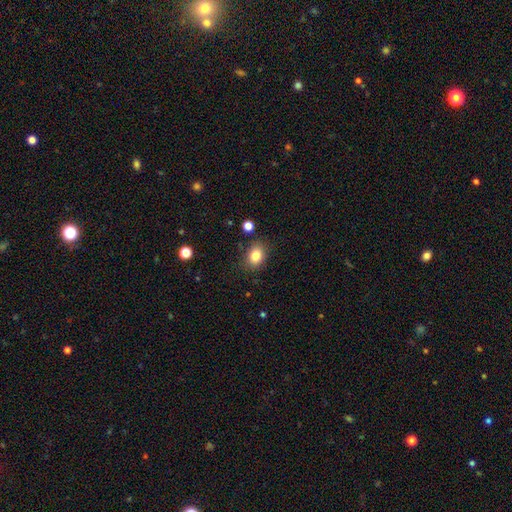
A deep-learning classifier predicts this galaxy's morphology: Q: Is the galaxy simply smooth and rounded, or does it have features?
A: smooth — 82%.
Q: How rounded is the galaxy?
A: in between — 56%.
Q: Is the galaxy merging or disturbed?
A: none — 83%.